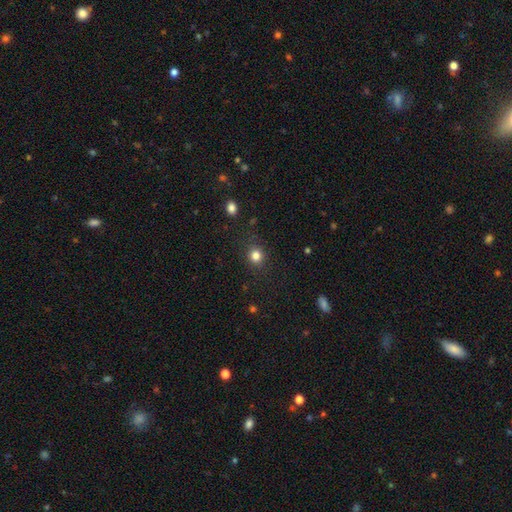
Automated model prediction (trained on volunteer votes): The model was most divided on "how rounded": round: 82%, in between: 17%, cigar-shaped: 1%. More confident: merging — none (86%); smooth or featured — smooth (82%).